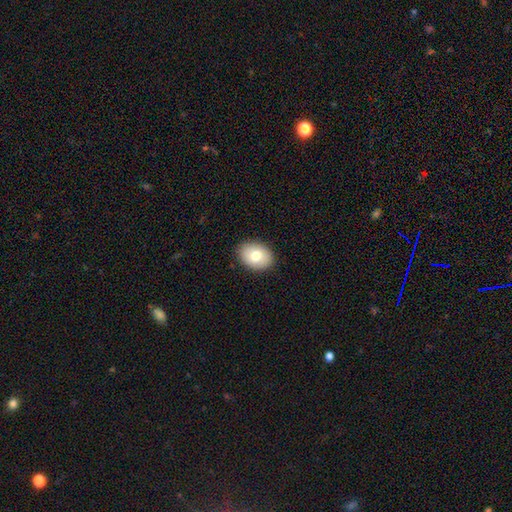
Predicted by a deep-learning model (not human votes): Smooth or featured? smooth (77%)
How rounded? in between (72%)
Merging? none (88%)